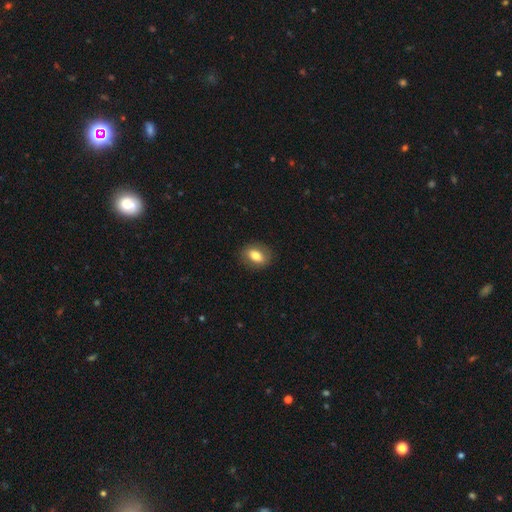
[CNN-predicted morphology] A smooth galaxy with no disk features (77%) that is in between round and cigar-shaped (76%). Merging: none (85%).